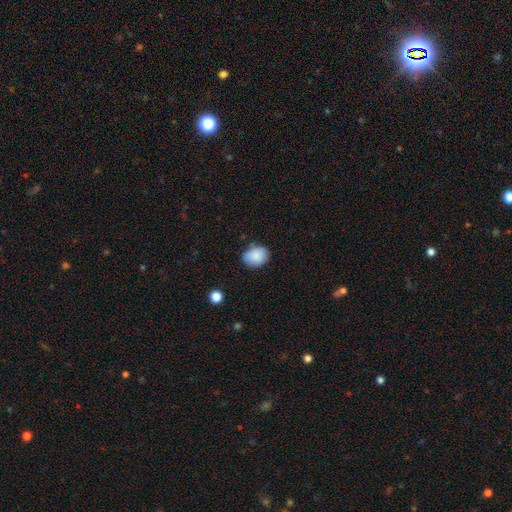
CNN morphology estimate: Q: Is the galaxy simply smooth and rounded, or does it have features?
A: smooth — 88%.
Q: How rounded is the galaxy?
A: in between — 61%.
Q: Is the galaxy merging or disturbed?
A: none — 78%.